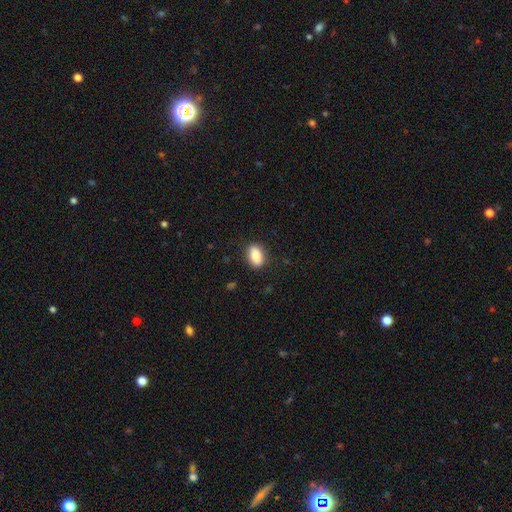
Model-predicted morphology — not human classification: Smooth or featured? Predicted: smooth (p=0.85). How rounded? Predicted: in between (p=0.86). Merging? Predicted: none (p=0.83).